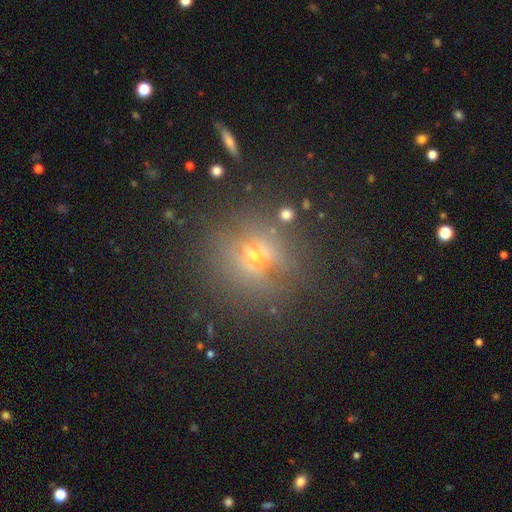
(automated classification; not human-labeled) The model was most divided on "smooth or featured" (2-way tie): featured or disk: 36%, smooth: 36%, star or artifact: 28%. More confident: merging — none (72%).